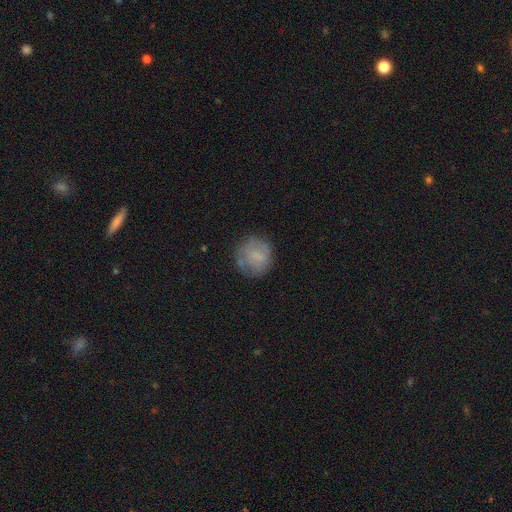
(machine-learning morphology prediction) Smooth or featured?
  - smooth: 66% *
  - featured or disk: 25%
  - star or artifact: 9%
How rounded?
  - round: 86% *
  - in between: 13%
  - cigar-shaped: 1%
Merging?
  - none: 69% *
  - minor disturbance: 20%
  - major disturbance: 9%
  - merger: 2%